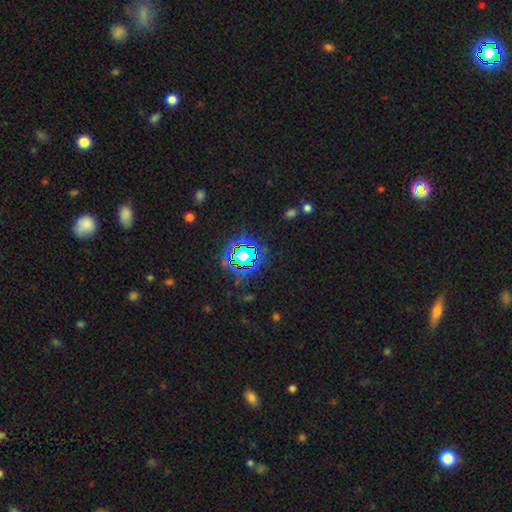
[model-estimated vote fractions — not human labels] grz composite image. It shows a star or artifact, not a galaxy (73%).